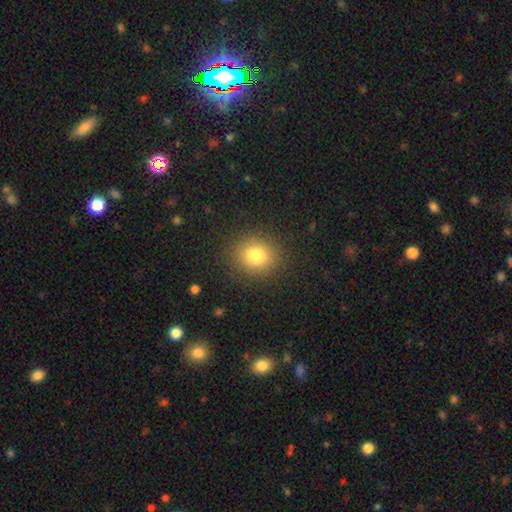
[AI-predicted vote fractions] The model was most divided on "how rounded": round: 78%, in between: 21%, cigar-shaped: 1%. More confident: merging — none (88%); smooth or featured — smooth (80%).